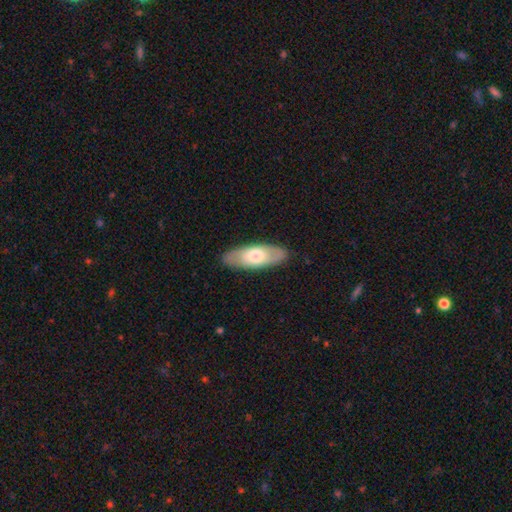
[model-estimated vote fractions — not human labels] Smooth or featured: smooth — 58% (featured or disk — 37%)
How rounded: in between — 73% (cigar-shaped — 25%)
Merging: none — 87% (minor disturbance — 9%)